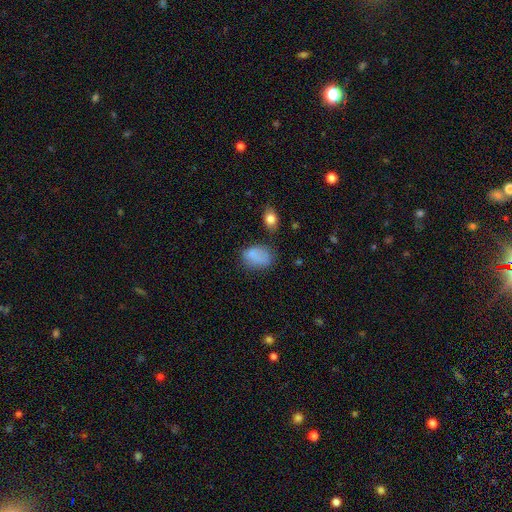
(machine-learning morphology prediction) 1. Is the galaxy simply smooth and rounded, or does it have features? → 80% smooth, 10% star or artifact, 10% featured or disk.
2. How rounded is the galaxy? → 77% in between, 22% round, 1% cigar-shaped.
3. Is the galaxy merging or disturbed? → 56% none, 27% minor disturbance, 10% major disturbance, 6% merger.